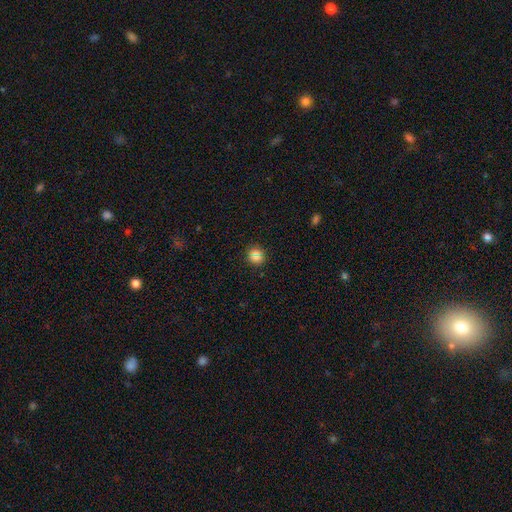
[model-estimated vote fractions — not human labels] The model was most divided on "smooth or featured": smooth: 72%, star or artifact: 19%, featured or disk: 8%. More confident: how rounded — round (89%); merging — none (83%).